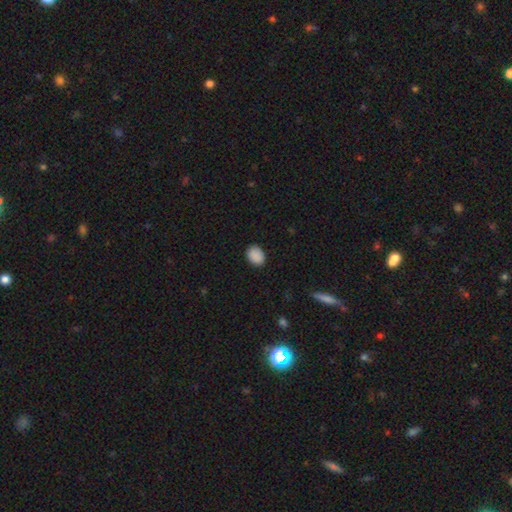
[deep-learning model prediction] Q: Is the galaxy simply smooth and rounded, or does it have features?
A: smooth — 90%.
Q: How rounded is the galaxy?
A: in between — 65%.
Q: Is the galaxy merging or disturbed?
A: none — 88%.